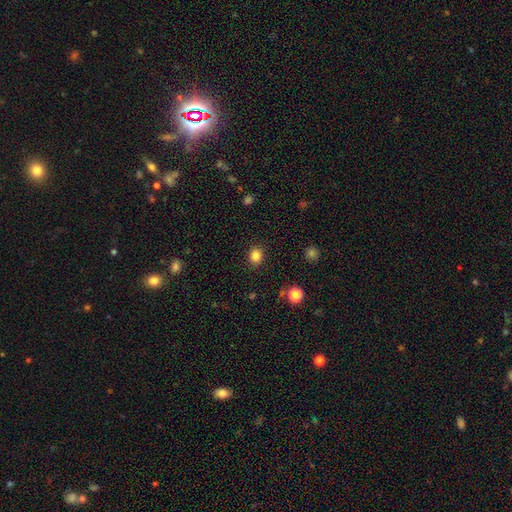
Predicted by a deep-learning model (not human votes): This appears to be a smooth galaxy with no disk features (84%) that is round (67%). Merging: none (89%).